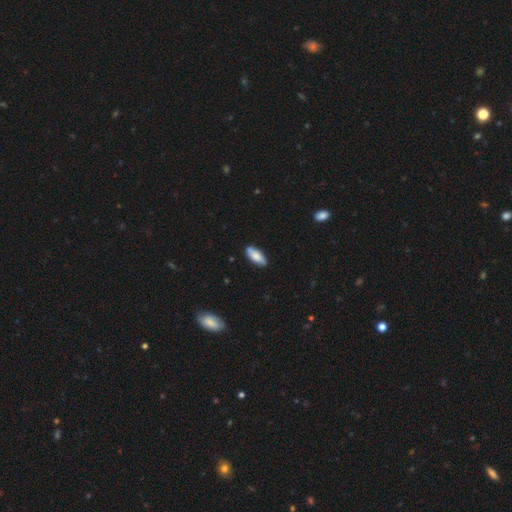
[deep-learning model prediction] smooth 79%, featured or disk 15%, star or artifact 6%. Down the decision tree: how rounded — in between (75%); merging — none (87%).